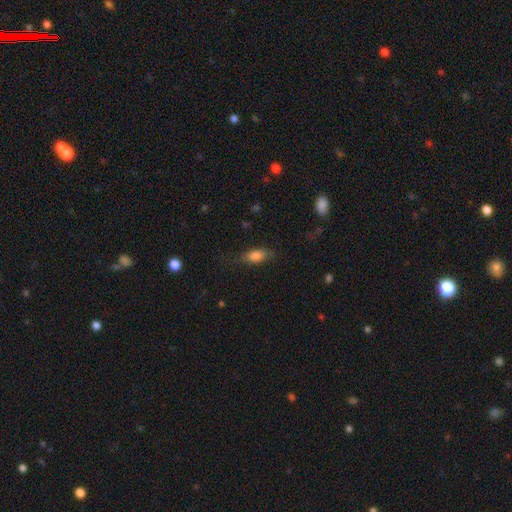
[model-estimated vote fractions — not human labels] Q: Smooth or featured?
A: smooth (74%); runner-up: featured or disk (17%)
Q: How rounded?
A: in between (77%); runner-up: cigar-shaped (18%)
Q: Merging?
A: none (66%); runner-up: minor disturbance (22%)